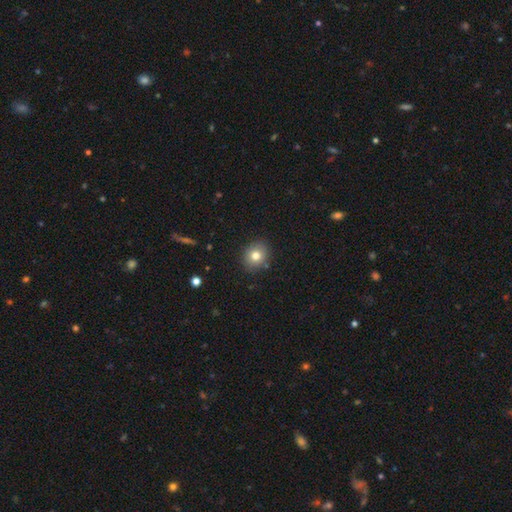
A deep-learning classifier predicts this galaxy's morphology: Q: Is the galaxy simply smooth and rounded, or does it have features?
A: smooth — 78%.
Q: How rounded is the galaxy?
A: round — 69%.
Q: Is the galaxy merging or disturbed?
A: none — 87%.